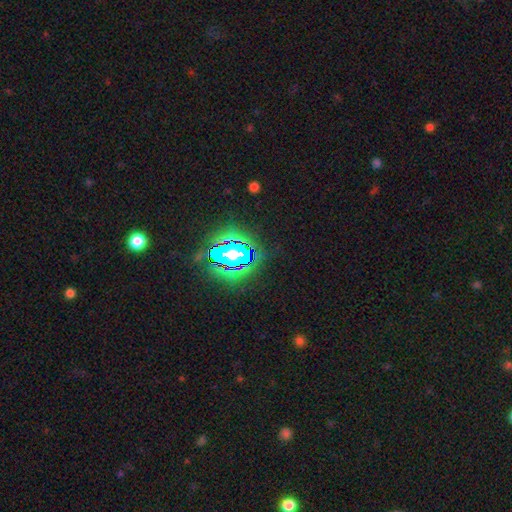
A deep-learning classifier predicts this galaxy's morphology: type=star or artifact (82%).